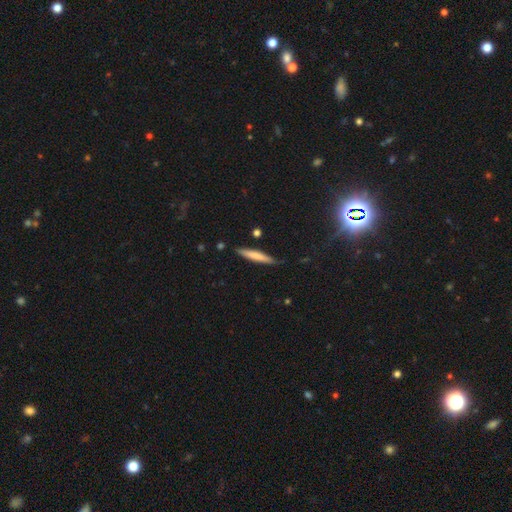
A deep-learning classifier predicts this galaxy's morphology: Smooth or featured? smooth (69%)
How rounded? cigar-shaped (93%)
Merging? none (81%)